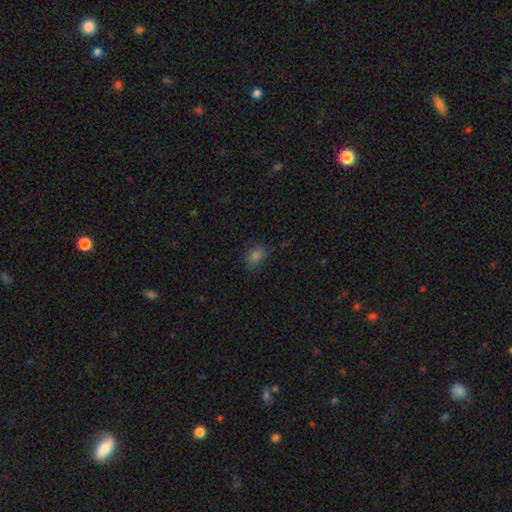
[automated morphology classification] Smooth or featured?
  - smooth: 73% *
  - star or artifact: 19%
  - featured or disk: 9%
How rounded?
  - in between: 54% *
  - round: 44%
  - cigar-shaped: 2%
Merging?
  - none: 71% *
  - minor disturbance: 21%
  - major disturbance: 6%
  - merger: 2%